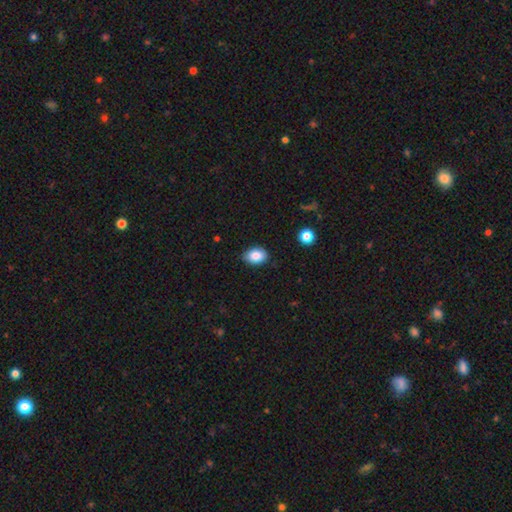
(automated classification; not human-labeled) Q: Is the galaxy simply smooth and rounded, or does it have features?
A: smooth — 86%.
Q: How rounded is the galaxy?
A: in between — 78%.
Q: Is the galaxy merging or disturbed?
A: none — 84%.